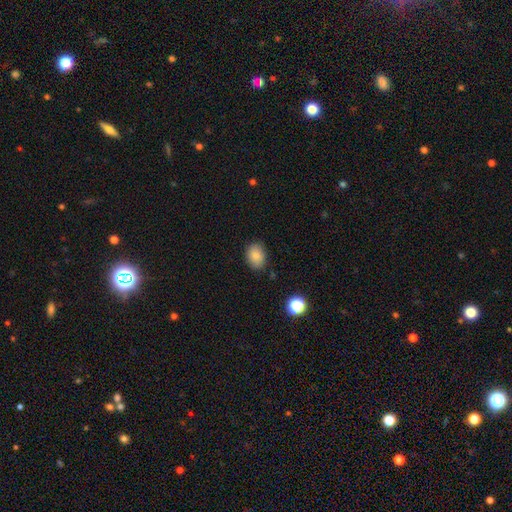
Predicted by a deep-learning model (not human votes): Smooth or featured?
  - smooth: 85% *
  - star or artifact: 9%
  - featured or disk: 5%
How rounded?
  - in between: 68% *
  - round: 32%
  - cigar-shaped: 1%
Merging?
  - none: 83% *
  - minor disturbance: 13%
  - major disturbance: 3%
  - merger: 2%